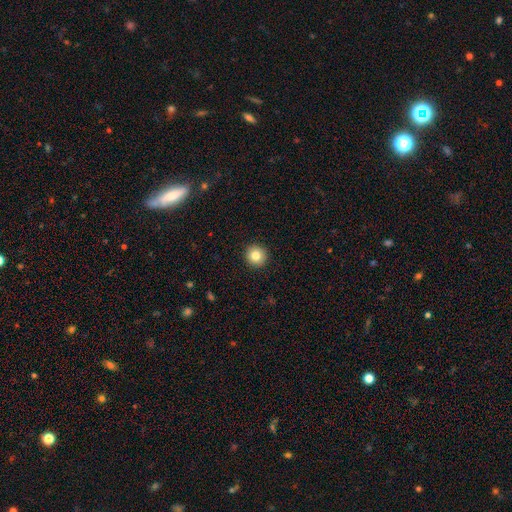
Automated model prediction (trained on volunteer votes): Smooth or featured: smooth — 82% (star or artifact — 10%)
How rounded: round — 95% (in between — 4%)
Merging: none — 93% (minor disturbance — 5%)